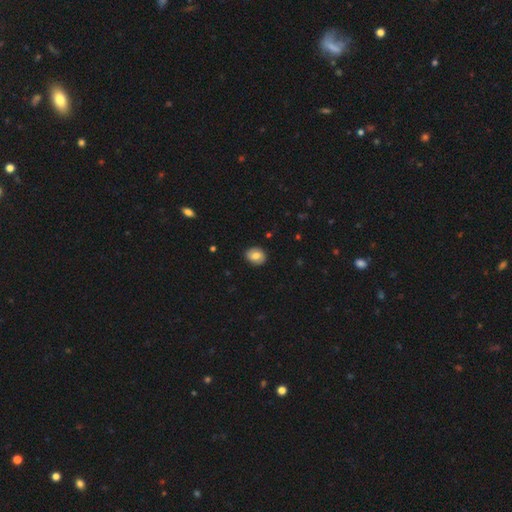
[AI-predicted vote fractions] Smooth or featured?
  - smooth: 70% *
  - featured or disk: 22%
  - star or artifact: 8%
How rounded?
  - round: 61% *
  - in between: 38%
  - cigar-shaped: 1%
Merging?
  - none: 87% *
  - minor disturbance: 9%
  - major disturbance: 2%
  - merger: 1%